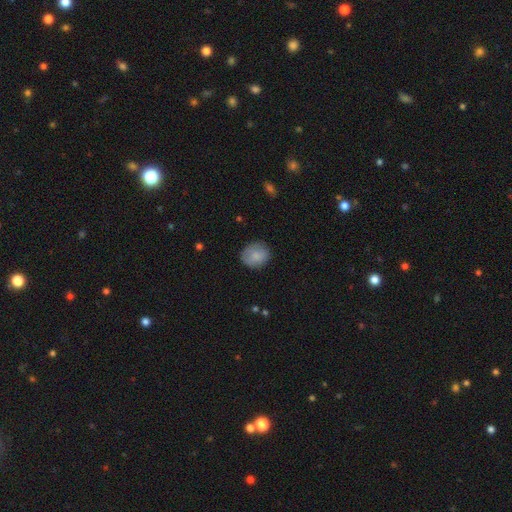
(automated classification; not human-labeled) Smooth or featured?
  - smooth: 83% *
  - featured or disk: 10%
  - star or artifact: 7%
How rounded?
  - round: 80% *
  - in between: 19%
  - cigar-shaped: 1%
Merging?
  - none: 80% *
  - minor disturbance: 15%
  - major disturbance: 3%
  - merger: 1%